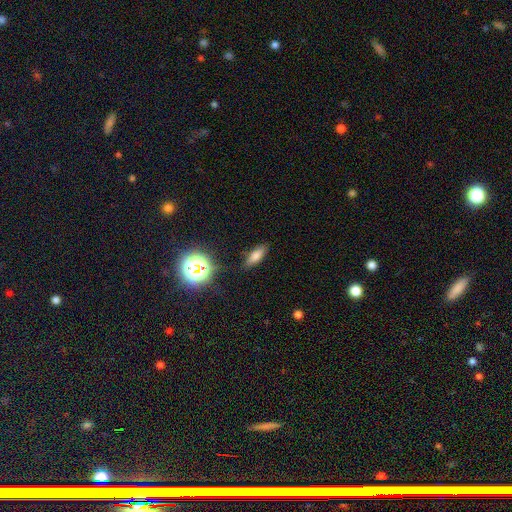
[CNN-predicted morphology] Smooth or featured?
  - smooth: 69% *
  - star or artifact: 16%
  - featured or disk: 14%
How rounded?
  - in between: 59% *
  - cigar-shaped: 36%
  - round: 6%
Merging?
  - none: 85% *
  - minor disturbance: 10%
  - major disturbance: 3%
  - merger: 2%